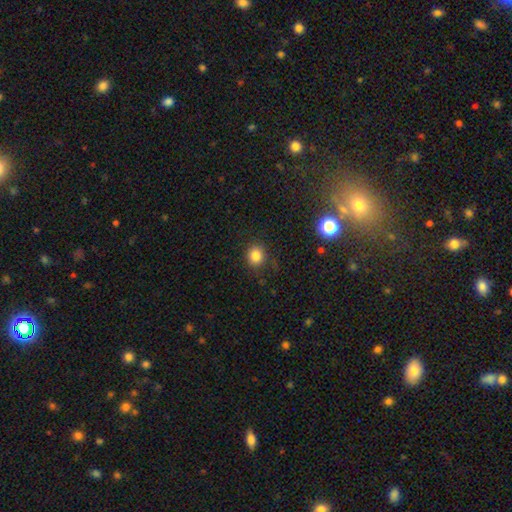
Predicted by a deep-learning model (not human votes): A smooth galaxy with no disk features (83%) that is round (80%). Merging: none (85%).